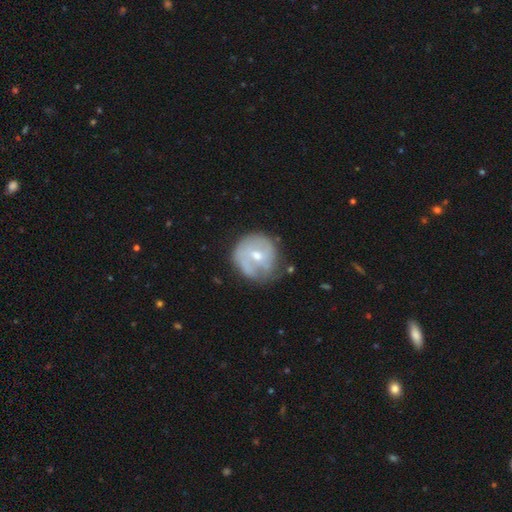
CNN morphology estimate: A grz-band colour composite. It shows a featured or disk galaxy (53%) with no bar (49%), spiral arms (54%) and a moderate central bulge (57%). Merging: none (55%).